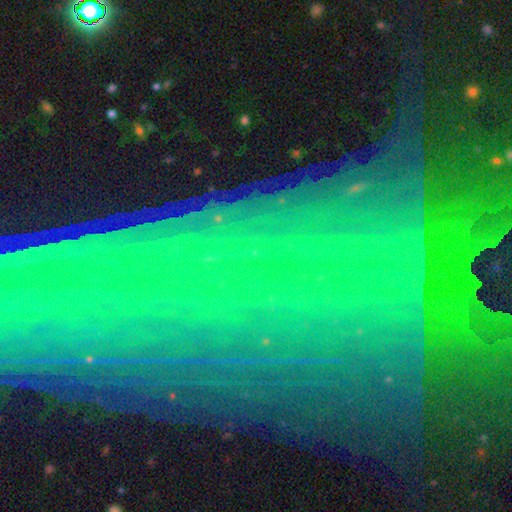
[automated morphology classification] Smooth or featured: star or artifact — 72% (featured or disk — 16%)